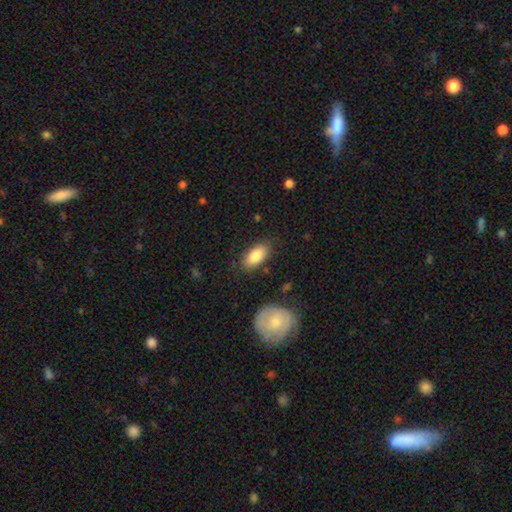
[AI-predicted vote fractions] Morphology: type=smooth (83%); roundness=in between (91%); merging=none (82%).